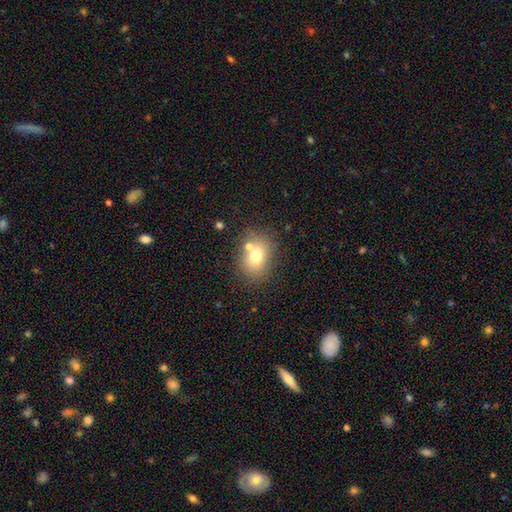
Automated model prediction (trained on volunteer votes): smooth 72%, featured or disk 16%, star or artifact 12%. Down the decision tree: how rounded — in between (60%); merging — none (62%).